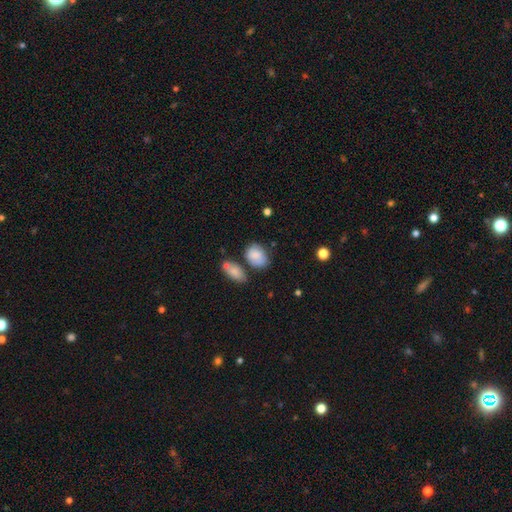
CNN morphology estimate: Smooth or featured? smooth (79%)
How rounded? in between (71%)
Merging? none (54%)